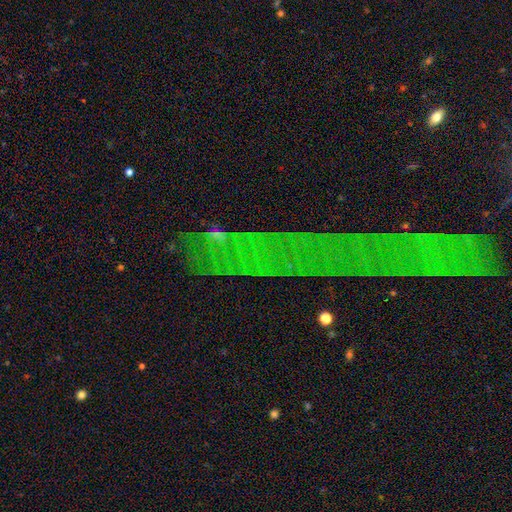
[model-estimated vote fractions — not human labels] Smooth or featured? star or artifact (78%)